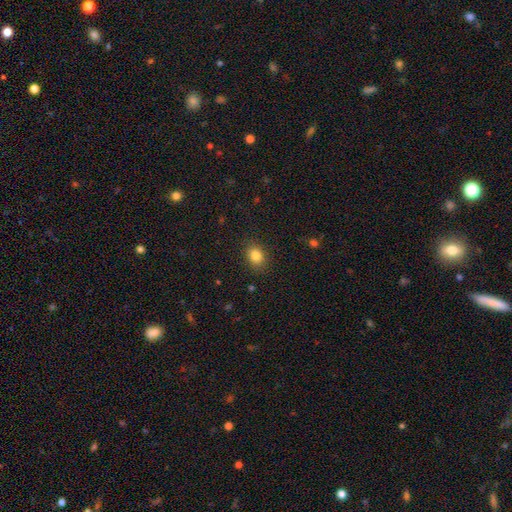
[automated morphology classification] This is clearly a smooth galaxy (83%). How rounded: possibly in between (56%). Merging: clearly none (87%).